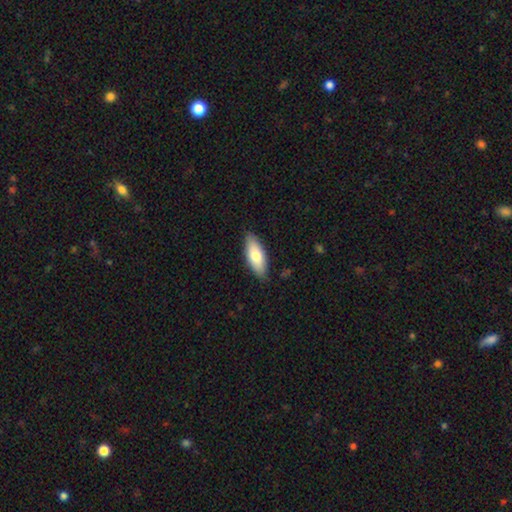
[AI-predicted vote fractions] smooth 73%, featured or disk 22%, star or artifact 6%. Down the decision tree: how rounded — in between (75%); merging — none (86%).